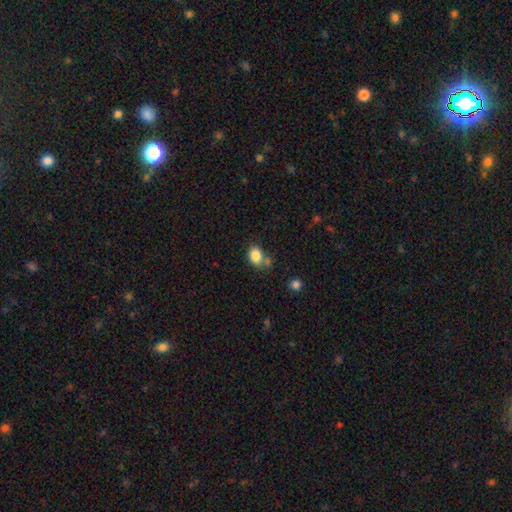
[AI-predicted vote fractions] Morphology: type=smooth (85%); roundness=in between (63%); merging=none (62%).